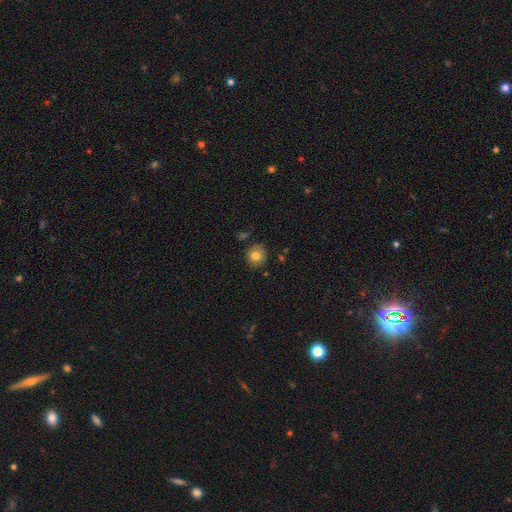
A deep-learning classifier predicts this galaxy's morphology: Smooth or featured? smooth (77%)
How rounded? round (85%)
Merging? none (85%)